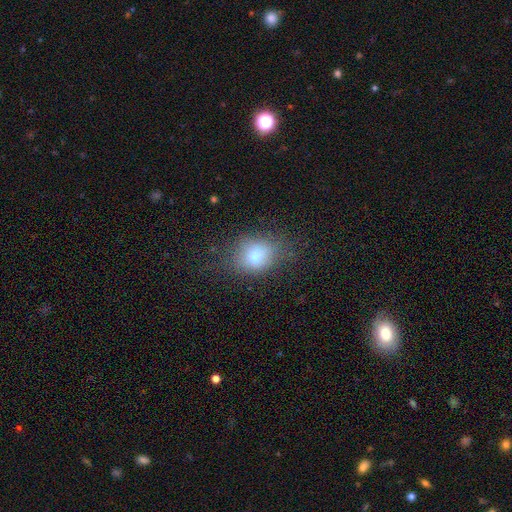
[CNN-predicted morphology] Smooth or featured: smooth — 78% (star or artifact — 11%)
How rounded: in between — 50% (round — 49%)
Merging: none — 55% (minor disturbance — 26%)